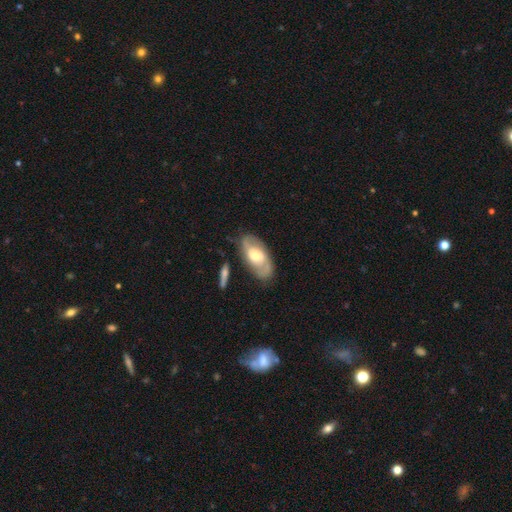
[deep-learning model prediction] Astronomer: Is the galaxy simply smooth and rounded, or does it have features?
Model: featured or disk — 61%.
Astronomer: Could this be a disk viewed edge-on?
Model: no — 90%.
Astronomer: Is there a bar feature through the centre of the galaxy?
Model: no — 49% (runner-up: weak, 39%).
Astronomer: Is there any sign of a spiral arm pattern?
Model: yes — 75%.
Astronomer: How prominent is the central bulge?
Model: moderate — 66%.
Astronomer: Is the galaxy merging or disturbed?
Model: none — 74%.